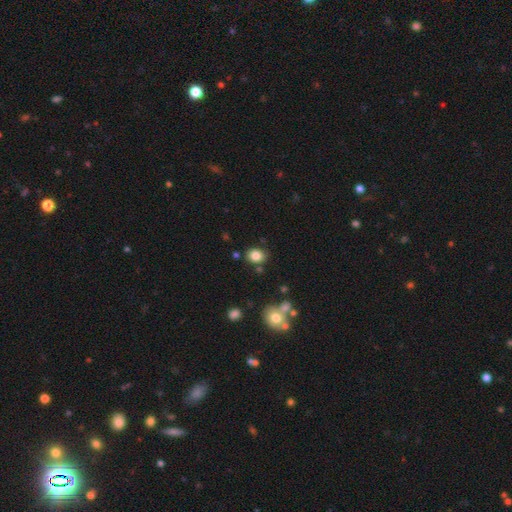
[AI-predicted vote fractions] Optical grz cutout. It shows a smooth galaxy with no disk features (83%) that is round (54%). Merging: none (79%).